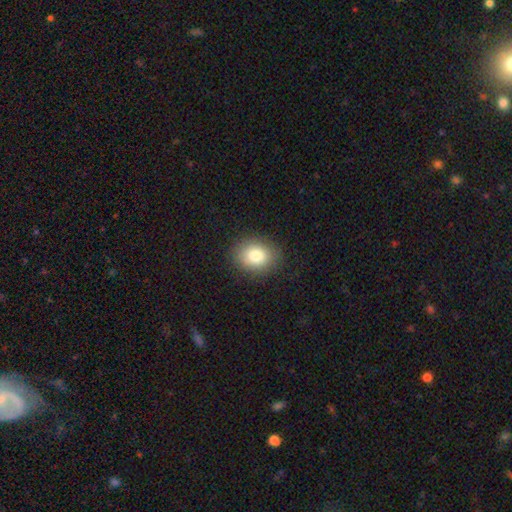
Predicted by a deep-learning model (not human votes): A smooth galaxy with no disk features (83%) that is round (52%). Merging: none (87%).